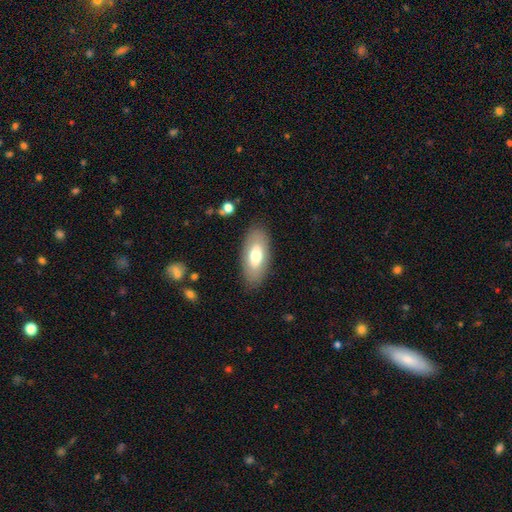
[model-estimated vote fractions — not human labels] A smooth galaxy with no disk features (67%) that is in between round and cigar-shaped (89%). Merging: none (86%).